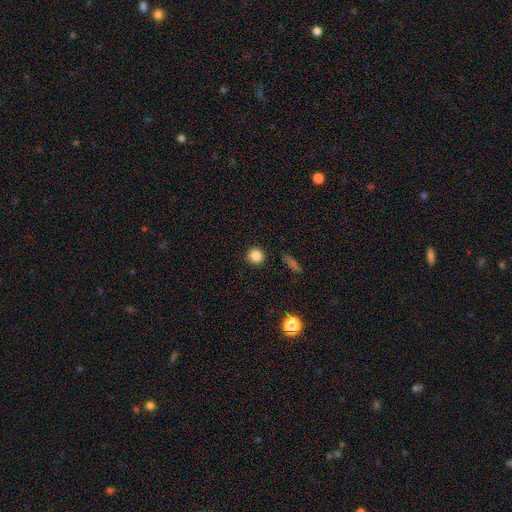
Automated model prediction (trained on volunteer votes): Q: Smooth or featured?
A: smooth (85%); runner-up: star or artifact (11%)
Q: How rounded?
A: round (93%); runner-up: in between (6%)
Q: Merging?
A: none (91%); runner-up: minor disturbance (6%)